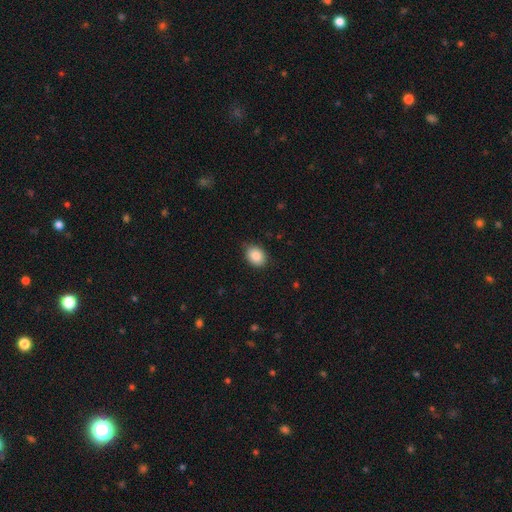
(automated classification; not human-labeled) A smooth galaxy with no disk features (87%) that is in between round and cigar-shaped (60%).

Vote fractions:
- Smooth or featured? smooth: 87% / star or artifact: 8% / featured or disk: 5%
- How rounded? in between: 60% / round: 39% / cigar-shaped: 1%
- Merging? none: 80% / minor disturbance: 16% / major disturbance: 3% / merger: 1%